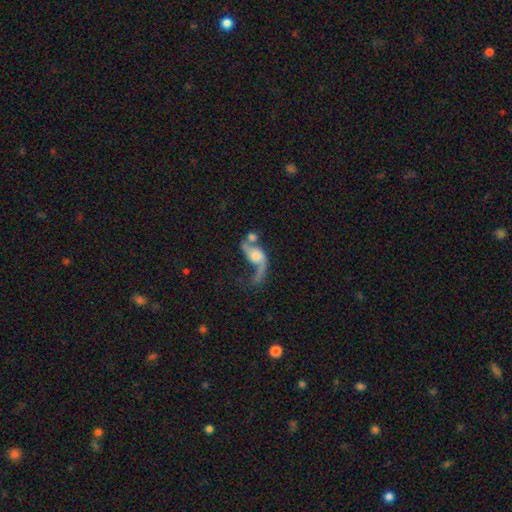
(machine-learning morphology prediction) smooth_or_featured: featured or disk (p=0.69) [alt: smooth p=0.22]
disk_edge_on: no (p=0.94) [alt: yes p=0.06]
bar: no (p=0.65) [alt: weak p=0.28]
has_spiral_arms: yes (p=0.84) [alt: no p=0.16]
spiral_winding: loose (p=0.86) [alt: medium p=0.11]
spiral_arm_count: 2 (p=0.60) [alt: 1 p=0.35]
bulge_size: moderate (p=0.34) [alt: small p=0.23]
merging: merger (p=0.39) [alt: major disturbance p=0.27]